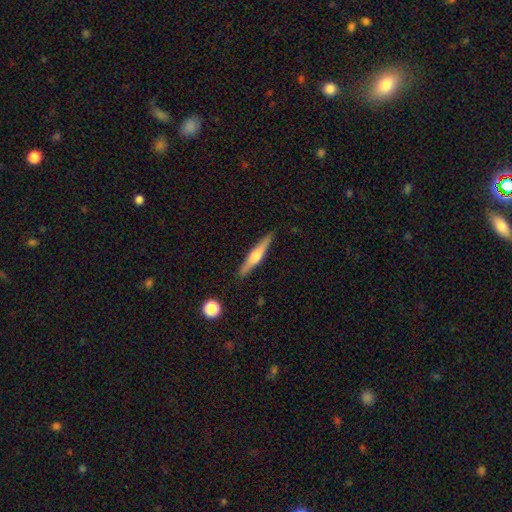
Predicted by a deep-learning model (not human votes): A featured or disk galaxy (58%) viewed edge-on (96%) with a rounded central bulge (87%). Merging: none (88%).